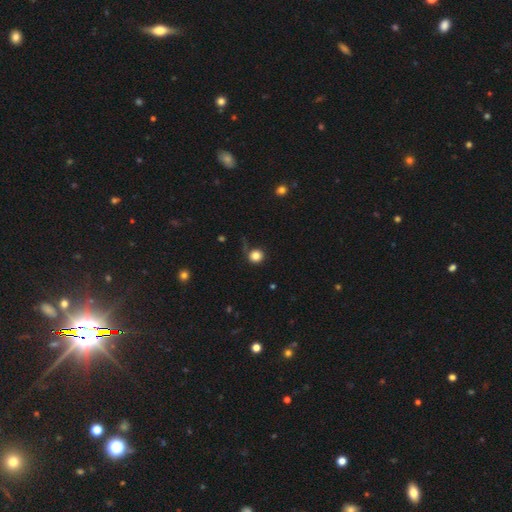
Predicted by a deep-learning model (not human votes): A smooth galaxy with no disk features (83%) that is round (91%). Merging: none (78%).